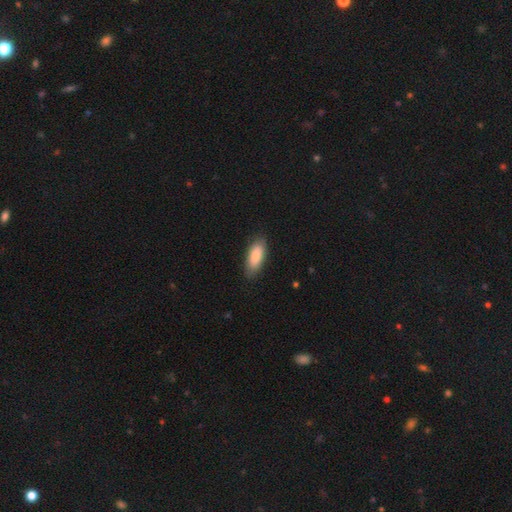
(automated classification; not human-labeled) smooth 83%, featured or disk 11%, star or artifact 5%. Down the decision tree: how rounded — in between (82%); merging — none (84%).